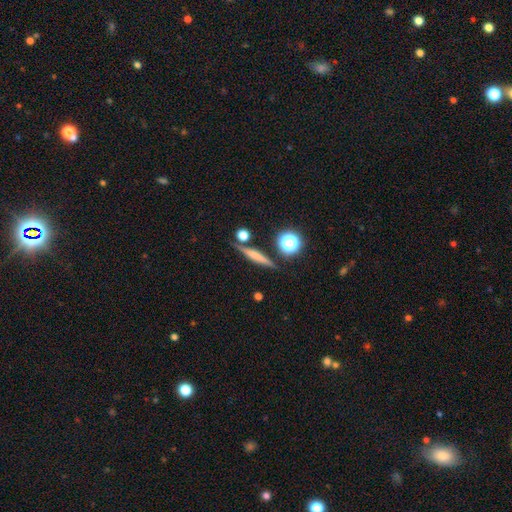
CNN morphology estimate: smooth 50%, featured or disk 40%, star or artifact 10%. Down the decision tree: merging — none (82%).